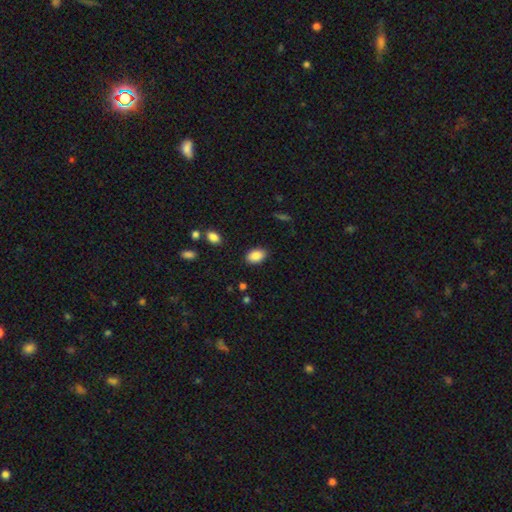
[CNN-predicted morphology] A smooth galaxy with no disk features (88%) that is in between round and cigar-shaped (88%). Merging: none (87%).